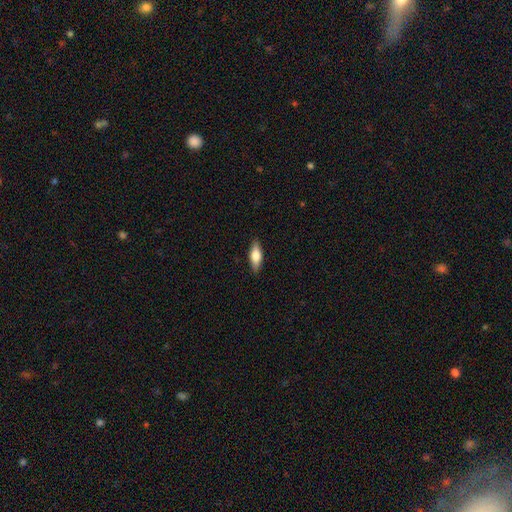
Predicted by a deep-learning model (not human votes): smooth 65%, featured or disk 29%, star or artifact 6%. Down the decision tree: how rounded — in between (65%); merging — none (88%).